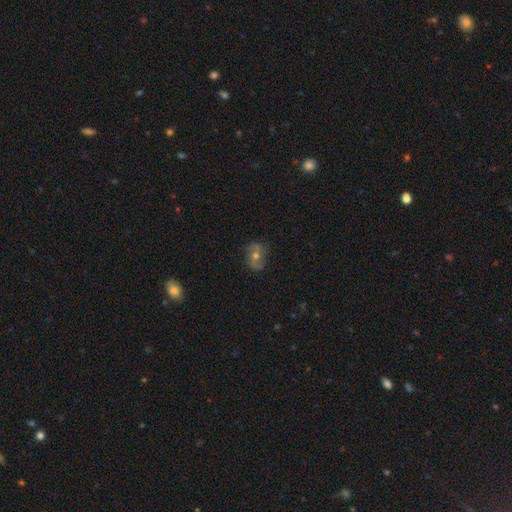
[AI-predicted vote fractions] Smooth or featured: featured or disk — 52% (smooth — 32%)
Edge-on disk: no — 94% (yes — 6%)
Merging: none — 76% (minor disturbance — 17%)